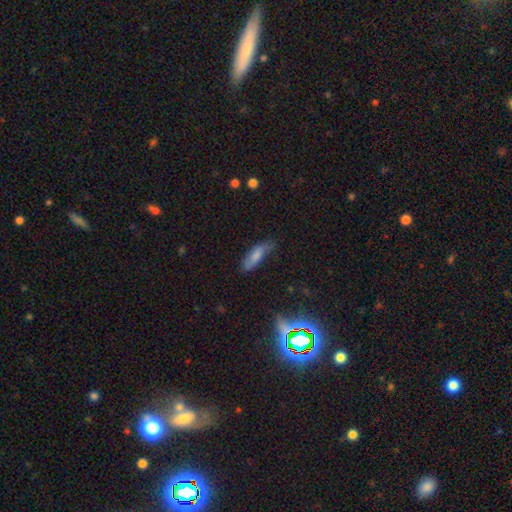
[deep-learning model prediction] Overall: smooth (70%). How rounded: in between (56%; cigar-shaped 41%). Merging: none (55%; minor disturbance 33%).